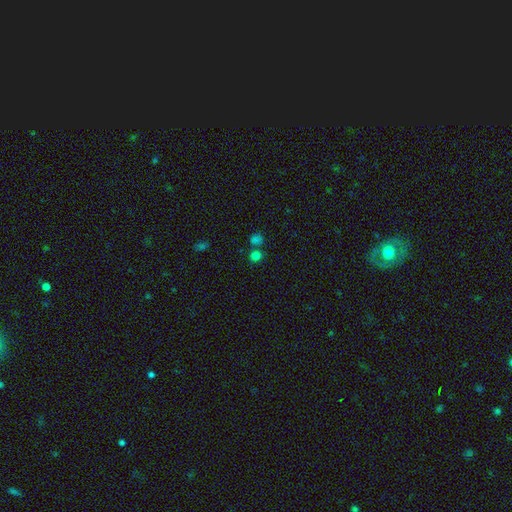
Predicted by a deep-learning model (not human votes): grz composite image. It shows a smooth galaxy with no disk features (74%) that is round (80%). Merging: none (66%).